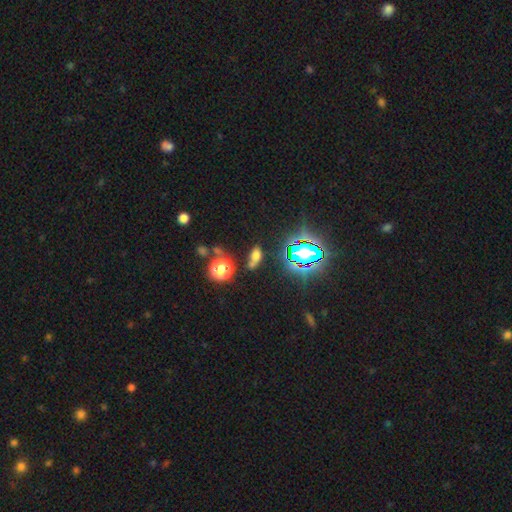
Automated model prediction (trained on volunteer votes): smooth_or_featured: smooth (p=0.57) [alt: star or artifact p=0.31]
how_rounded: in between (p=0.71) [alt: round p=0.17]
merging: none (p=0.57) [alt: merger p=0.18]